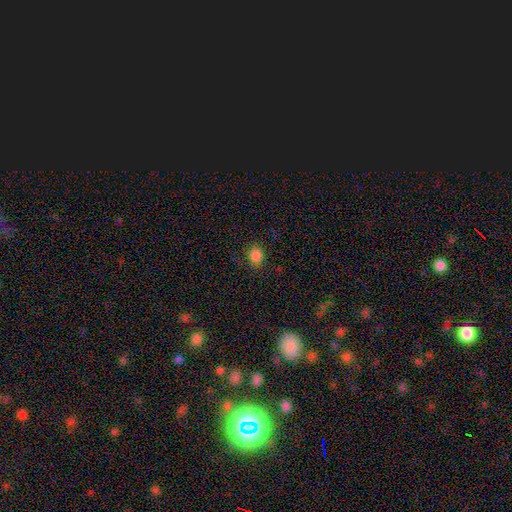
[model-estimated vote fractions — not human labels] The model was most divided on "how rounded": in between: 56%, round: 43%, cigar-shaped: 1%. More confident: merging — none (86%); smooth or featured — smooth (85%).